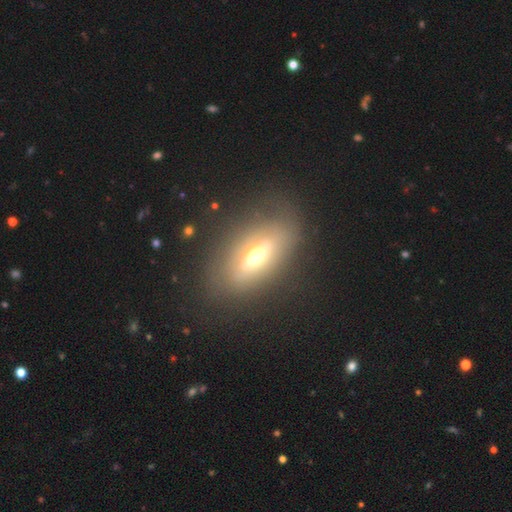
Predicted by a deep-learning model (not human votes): Morphology: type=featured or disk (59%); edge-on=yes (50%, tied with no); merging=none (77%).